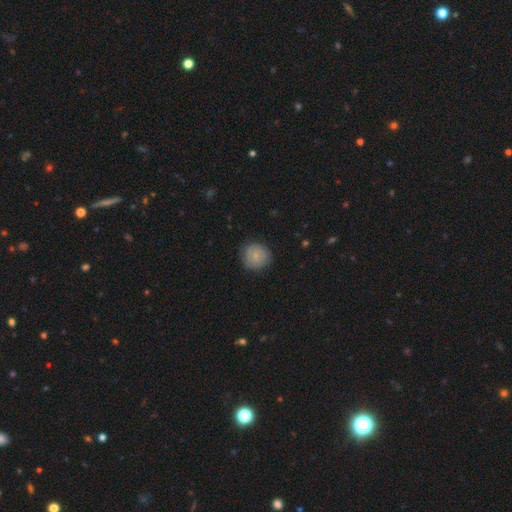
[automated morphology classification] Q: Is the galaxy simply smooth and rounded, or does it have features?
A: smooth — 58%.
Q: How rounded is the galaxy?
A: round — 89%.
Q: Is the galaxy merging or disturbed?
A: none — 82%.